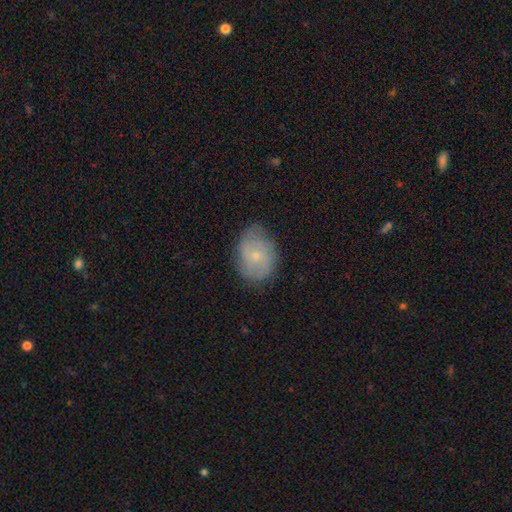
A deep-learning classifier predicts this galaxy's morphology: smooth 49%, featured or disk 43%, star or artifact 8%. Down the decision tree: merging — none (71%).